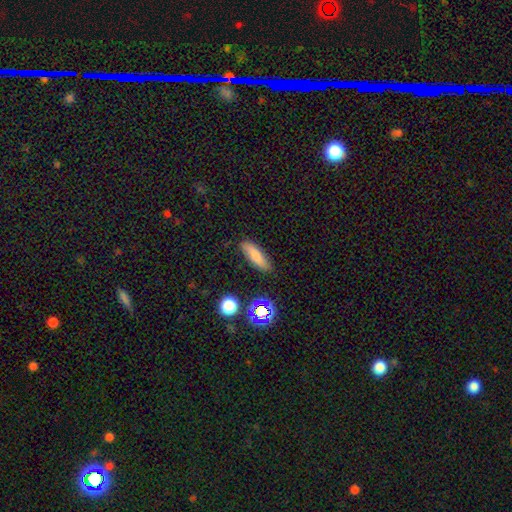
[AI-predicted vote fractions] smooth_or_featured: smooth (p=0.78) [alt: featured or disk p=0.13]
how_rounded: in between (p=0.50) [alt: cigar-shaped p=0.47]
merging: none (p=0.83) [alt: minor disturbance p=0.12]